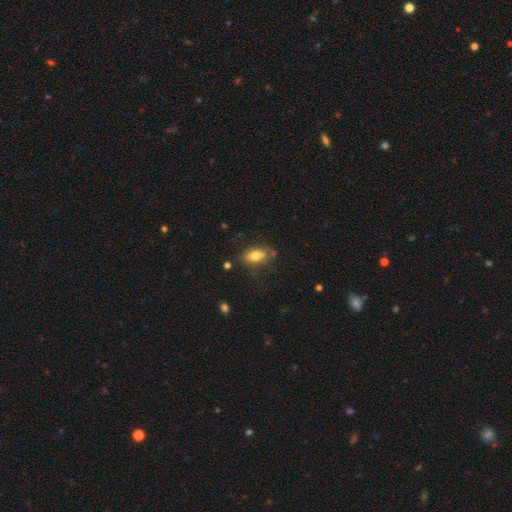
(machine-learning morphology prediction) Smooth or featured: smooth — 76% (featured or disk — 15%)
How rounded: in between — 85% (round — 9%)
Merging: none — 74% (minor disturbance — 17%)